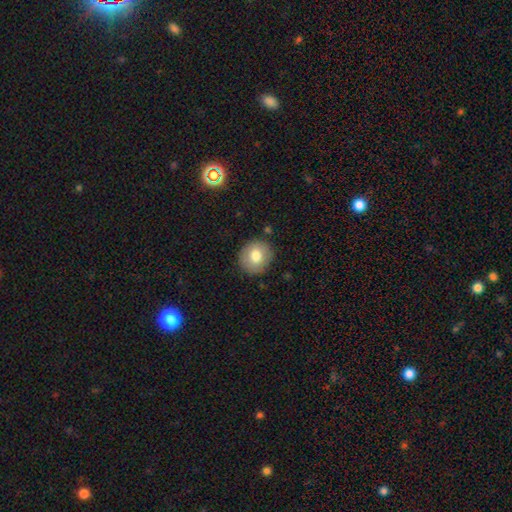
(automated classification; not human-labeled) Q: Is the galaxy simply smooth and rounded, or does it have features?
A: smooth — 79%.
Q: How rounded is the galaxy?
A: round — 84%.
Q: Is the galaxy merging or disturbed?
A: none — 86%.